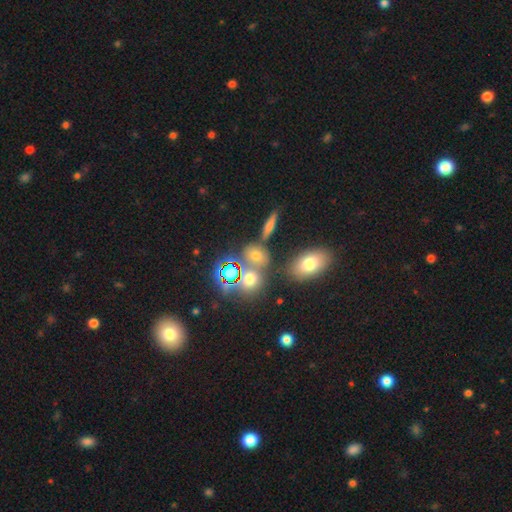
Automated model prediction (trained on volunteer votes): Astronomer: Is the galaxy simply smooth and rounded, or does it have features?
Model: smooth — 55%.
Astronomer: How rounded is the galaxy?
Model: round — 58% (runner-up: in between, 36%).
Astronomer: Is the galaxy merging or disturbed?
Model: none — 60%.